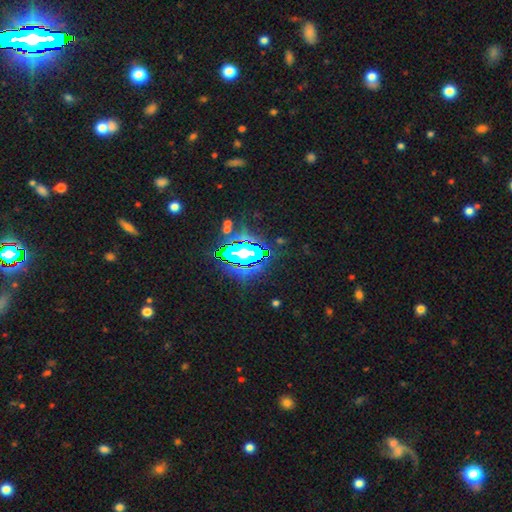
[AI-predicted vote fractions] This appears to be a star or artifact, not a galaxy (78%).